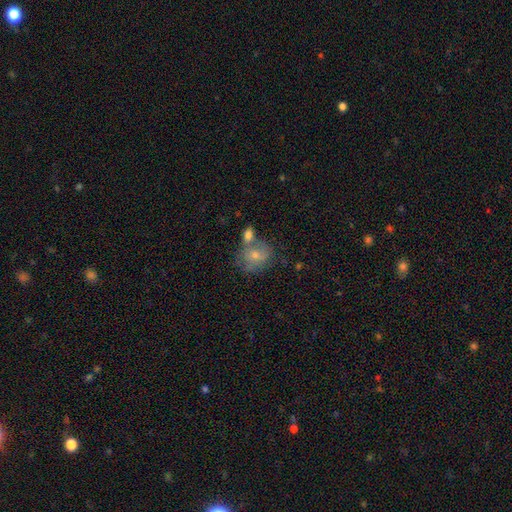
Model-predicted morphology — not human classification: A smooth galaxy with no disk features (64%) that is round (55%).

Vote fractions:
- Smooth or featured? smooth: 64% / featured or disk: 28% / star or artifact: 9%
- How rounded? round: 55% / in between: 43% / cigar-shaped: 1%
- Merging? merger: 39% / none: 38% / minor disturbance: 16% / major disturbance: 7%